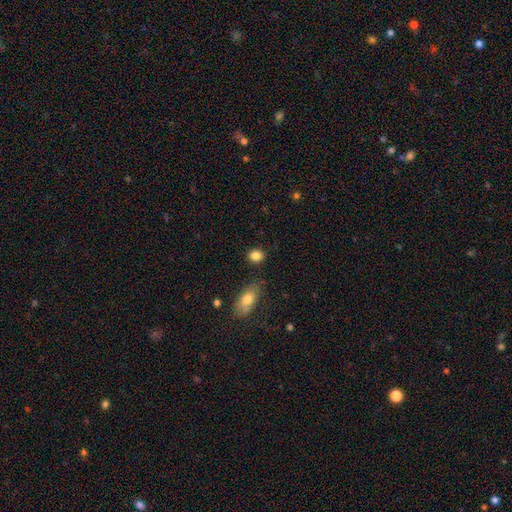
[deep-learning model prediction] Overall: smooth (85%). How rounded: round (55%; in between 43%). Merging: none (84%).